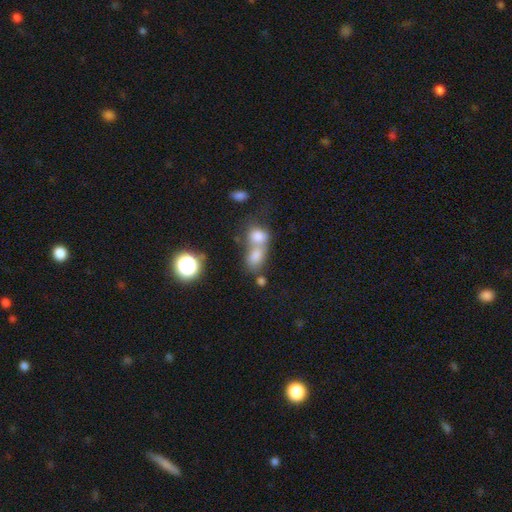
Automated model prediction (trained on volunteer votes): smooth 75%, star or artifact 13%, featured or disk 12%. Down the decision tree: how rounded — in between (72%); merging — merger (66%).